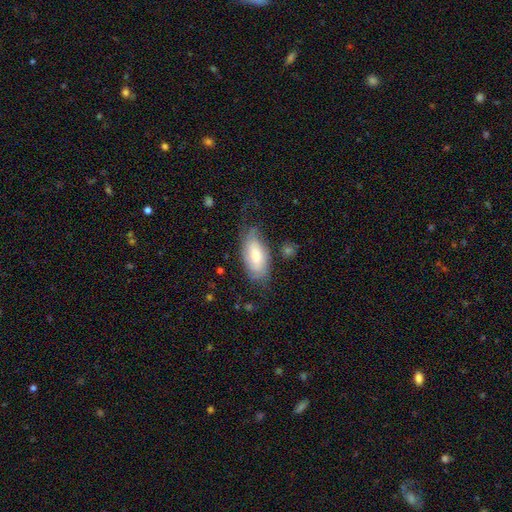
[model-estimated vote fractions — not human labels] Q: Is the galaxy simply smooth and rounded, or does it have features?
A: smooth — 56%.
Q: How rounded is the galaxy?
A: in between — 89%.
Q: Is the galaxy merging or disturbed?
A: none — 58%.